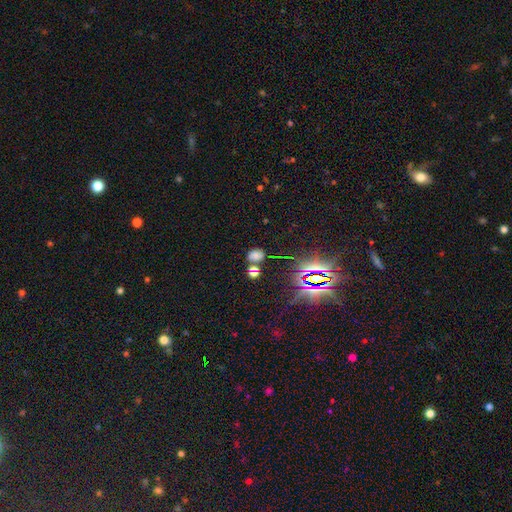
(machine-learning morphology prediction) The model was most divided on "how rounded" (2-way tie): in between: 49%, round: 49%, cigar-shaped: 2%. More confident: merging — none (63%); smooth or featured — smooth (54%).